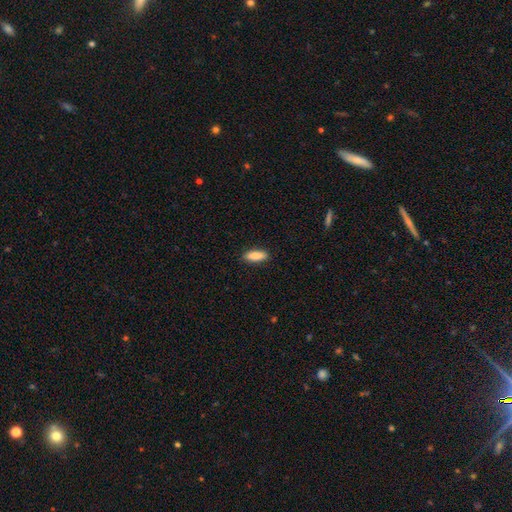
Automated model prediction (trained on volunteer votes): Morphology: type=smooth (87%); roundness=in between (64%); merging=none (89%).